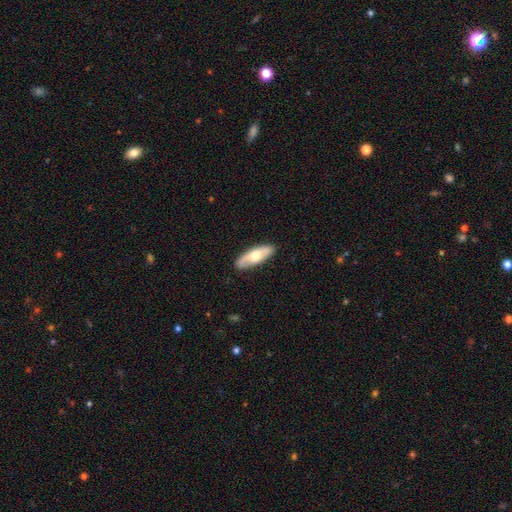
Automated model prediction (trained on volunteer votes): Q: Smooth or featured?
A: smooth (53%); runner-up: featured or disk (42%)
Q: How rounded?
A: in between (63%); runner-up: cigar-shaped (34%)
Q: Merging?
A: none (85%); runner-up: minor disturbance (12%)